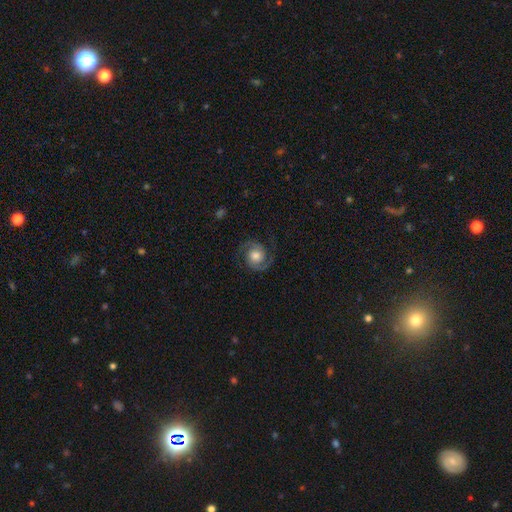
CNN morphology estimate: smooth_or_featured: featured or disk (p=0.88) [alt: smooth p=0.07]
disk_edge_on: no (p=0.98) [alt: yes p=0.02]
bar: no (p=0.68) [alt: weak p=0.26]
has_spiral_arms: yes (p=0.98) [alt: no p=0.02]
spiral_winding: medium (p=0.53) [alt: tight p=0.34]
spiral_arm_count: 2 (p=0.94) [alt: can't tell p=0.02]
bulge_size: moderate (p=0.64) [alt: large p=0.18]
merging: none (p=0.83) [alt: minor disturbance p=0.11]